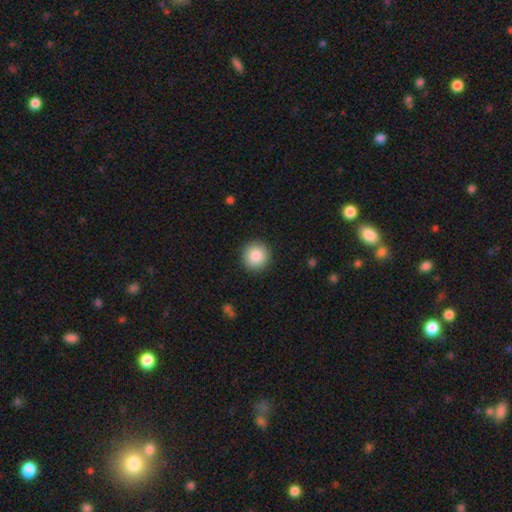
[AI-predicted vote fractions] Overall: smooth (86%). How rounded: round (95%). Merging: none (92%).